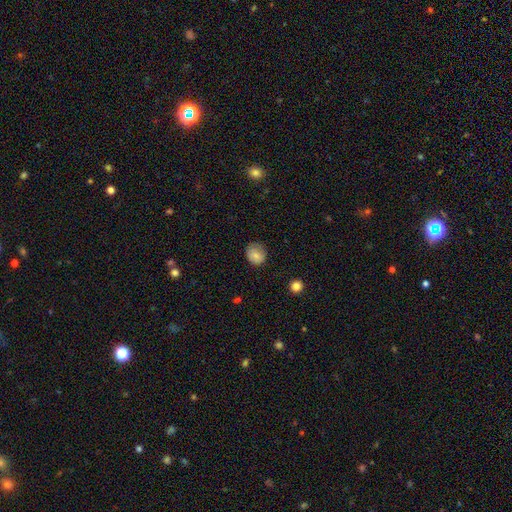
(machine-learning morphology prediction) This is likely a smooth galaxy (79%). How rounded: likely round (66%). Merging: likely none (68%).